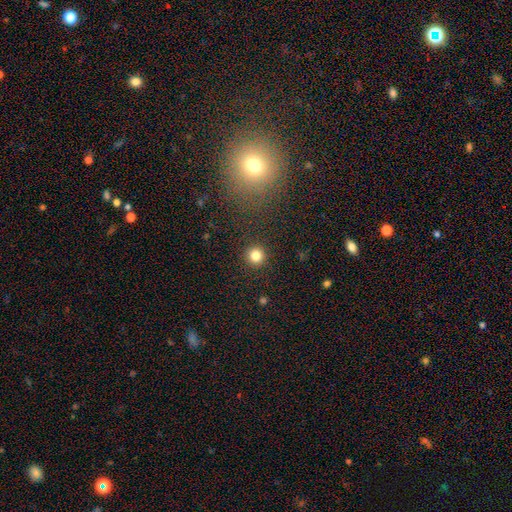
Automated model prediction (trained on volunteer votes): A smooth galaxy with no disk features (82%) that is round (95%). Merging: none (92%).